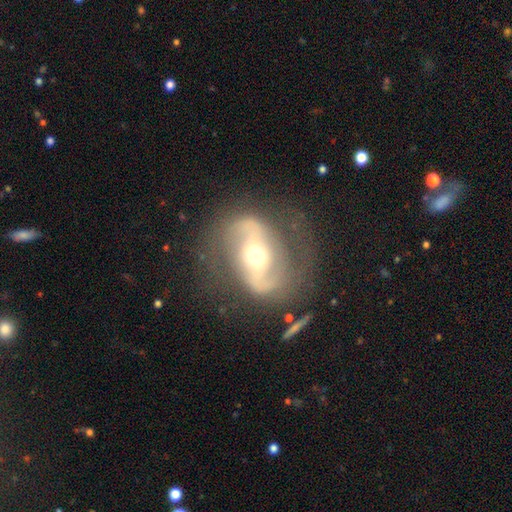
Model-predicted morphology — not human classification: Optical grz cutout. It shows a featured or disk galaxy (85%) with a strong bar (51%), 2 (89%) loose (46%) spiral arms (87%) and a moderate central bulge (63%). Merging: none (69%).